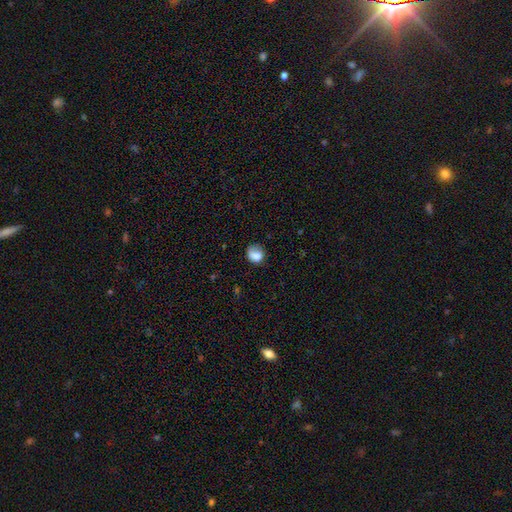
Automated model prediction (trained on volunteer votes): A smooth galaxy with no disk features (79%) that is round (63%). Merging: none (49%).